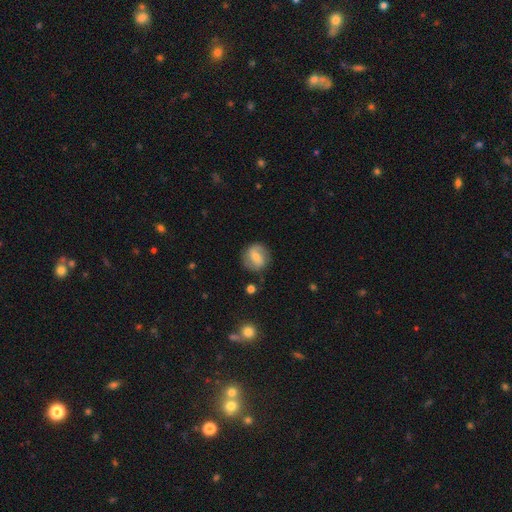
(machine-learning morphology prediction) The model was most divided on "smooth or featured": featured or disk: 51%, smooth: 42%, star or artifact: 7%. More confident: edge-on disk — no (96%); merging — none (81%).